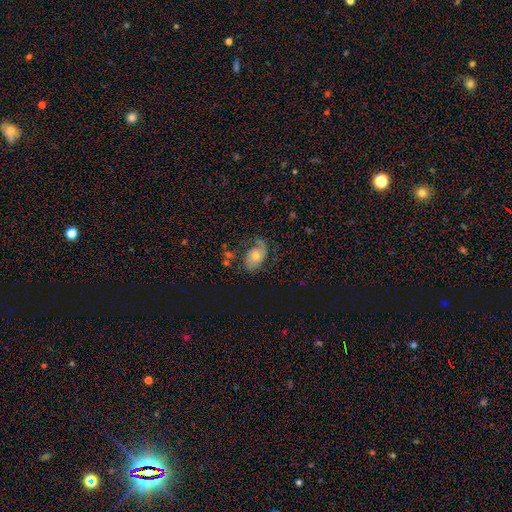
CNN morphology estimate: The model was most divided on "spiral winding": medium: 40%, loose: 34%, tight: 26%. More confident: edge-on disk — no (96%); spiral arms — yes (88%); bar — no (73%); smooth or featured — featured or disk (65%); spiral arm count — 2 (60%); merging — none (59%); bulge size — moderate (58%).